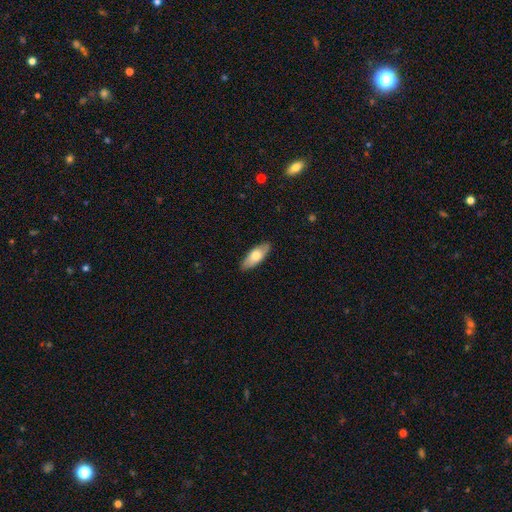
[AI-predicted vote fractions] The model was most divided on "smooth or featured": smooth: 70%, featured or disk: 25%, star or artifact: 6%. More confident: merging — none (86%); how rounded — in between (74%).